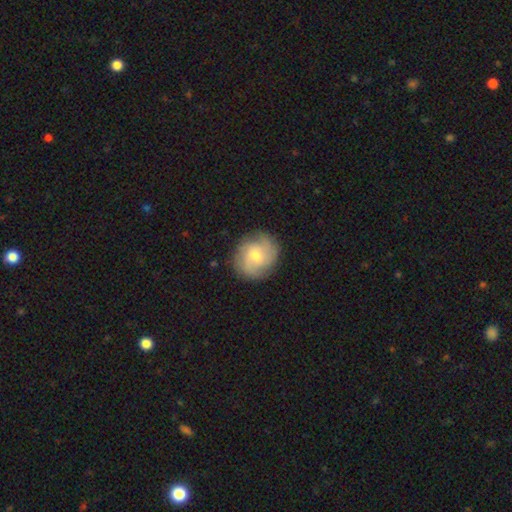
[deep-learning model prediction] Smooth or featured? Predicted: featured or disk (p=0.55). Edge-on disk? Predicted: no (p=0.97). Bar? Predicted: no (p=0.60). Spiral arms? Predicted: yes (p=0.87). Bulge size? Predicted: moderate (p=0.52). Merging? Predicted: none (p=0.81).